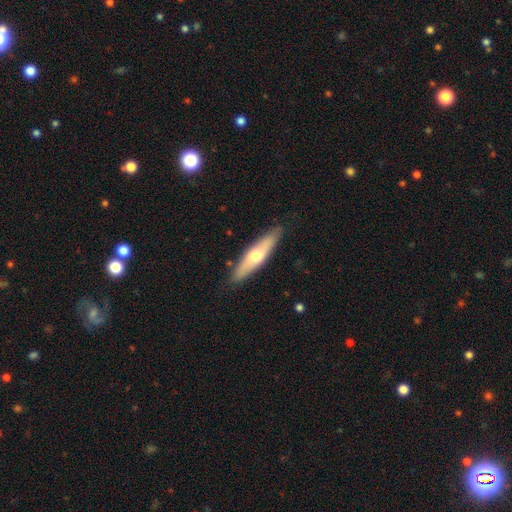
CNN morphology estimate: This appears to be a smooth galaxy with no disk features (51%) that is cigar-shaped (72%). Merging: none (86%).